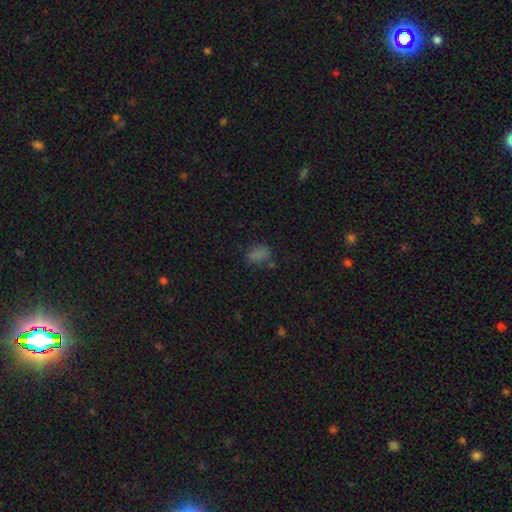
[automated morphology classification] The model was most divided on "smooth or featured": smooth: 68%, star or artifact: 24%, featured or disk: 8%. More confident: how rounded — in between (80%); merging — none (68%).